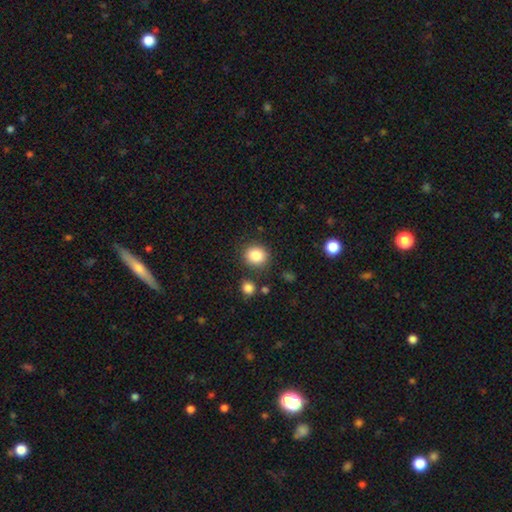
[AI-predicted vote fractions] Smooth or featured?
  - smooth: 86% *
  - star or artifact: 10%
  - featured or disk: 5%
How rounded?
  - round: 78% *
  - in between: 21%
  - cigar-shaped: 1%
Merging?
  - none: 83% *
  - minor disturbance: 10%
  - merger: 4%
  - major disturbance: 3%